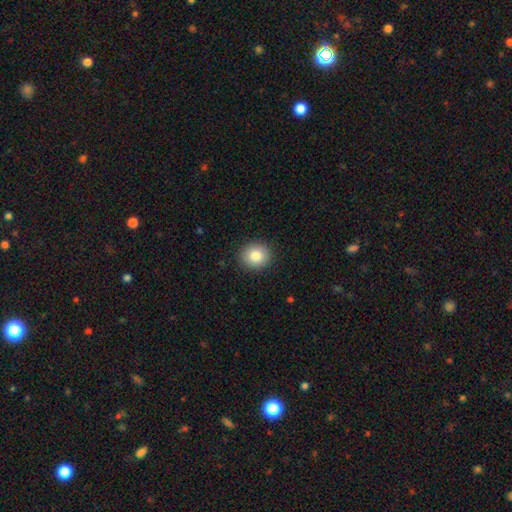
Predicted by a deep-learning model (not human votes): Q: Smooth or featured?
A: smooth (84%); runner-up: star or artifact (9%)
Q: How rounded?
A: round (84%); runner-up: in between (15%)
Q: Merging?
A: none (91%); runner-up: minor disturbance (6%)